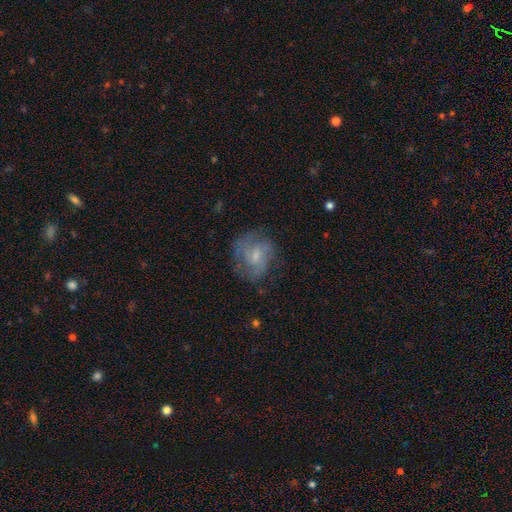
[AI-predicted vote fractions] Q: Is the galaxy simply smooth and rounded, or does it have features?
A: featured or disk — 57%.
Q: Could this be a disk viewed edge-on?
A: no — 97%.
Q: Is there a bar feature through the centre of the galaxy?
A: no — 47%.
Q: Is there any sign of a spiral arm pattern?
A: yes — 74%.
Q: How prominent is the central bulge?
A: small — 53%.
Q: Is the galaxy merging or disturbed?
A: none — 62%.